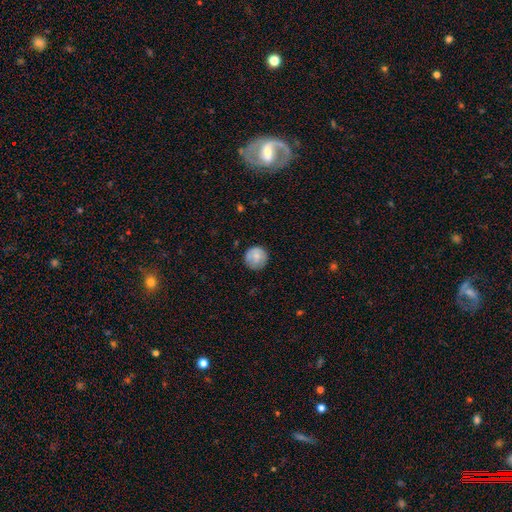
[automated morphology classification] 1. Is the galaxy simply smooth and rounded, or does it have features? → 76% smooth, 17% featured or disk, 7% star or artifact.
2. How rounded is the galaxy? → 94% round, 5% in between, 1% cigar-shaped.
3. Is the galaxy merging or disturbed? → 81% none, 14% minor disturbance, 3% major disturbance, 1% merger.